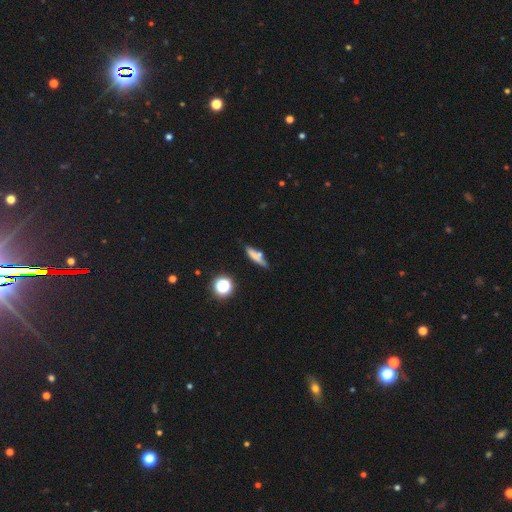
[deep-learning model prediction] Smooth or featured?
  - smooth: 66% *
  - featured or disk: 22%
  - star or artifact: 12%
How rounded?
  - cigar-shaped: 72% *
  - in between: 23%
  - round: 5%
Merging?
  - none: 65% *
  - minor disturbance: 20%
  - merger: 10%
  - major disturbance: 5%